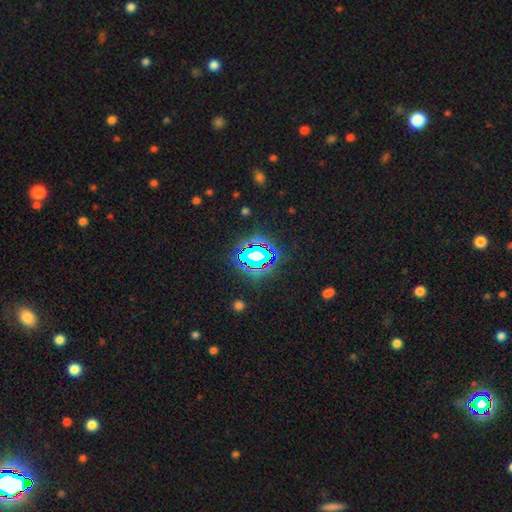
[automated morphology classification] smooth-or-featured: star or artifact: 71% | smooth: 17% | featured or disk: 12%